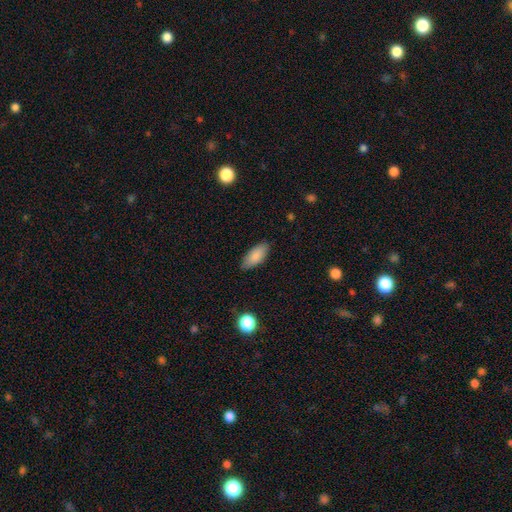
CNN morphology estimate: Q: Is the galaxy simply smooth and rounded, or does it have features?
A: smooth — 86%.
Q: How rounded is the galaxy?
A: in between — 86%.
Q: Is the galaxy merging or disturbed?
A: none — 84%.